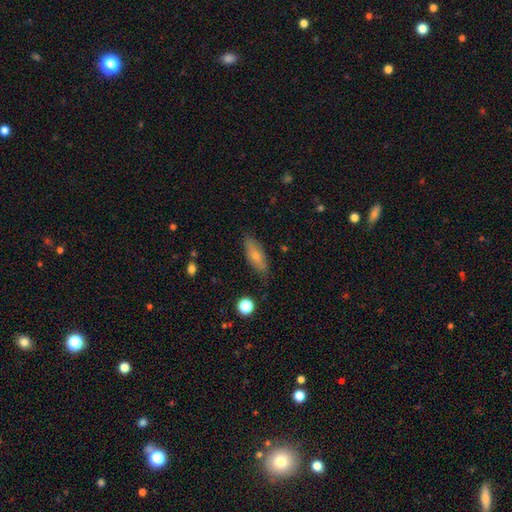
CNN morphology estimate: type=smooth (68%); roundness=in between (67%); merging=none (79%).